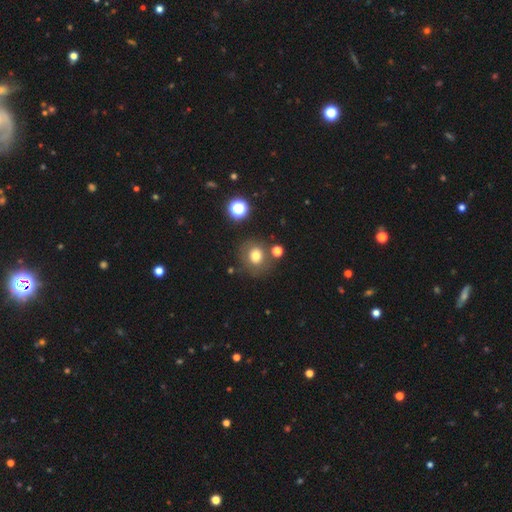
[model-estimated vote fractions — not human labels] smooth 74%, star or artifact 14%, featured or disk 12%. Down the decision tree: how rounded — round (80%); merging — none (75%).